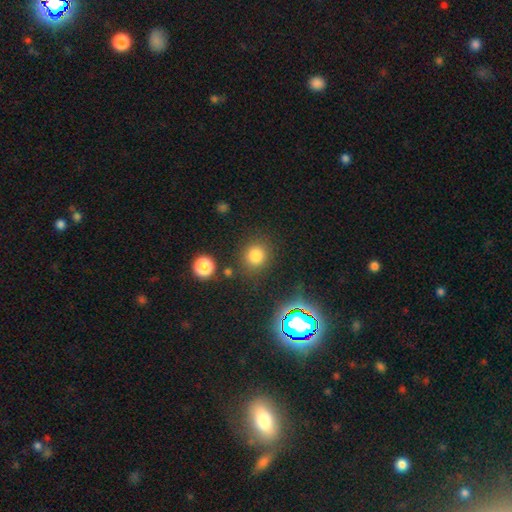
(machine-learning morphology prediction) Smooth or featured: smooth — 76% (star or artifact — 18%)
How rounded: round — 85% (in between — 14%)
Merging: none — 83% (minor disturbance — 9%)